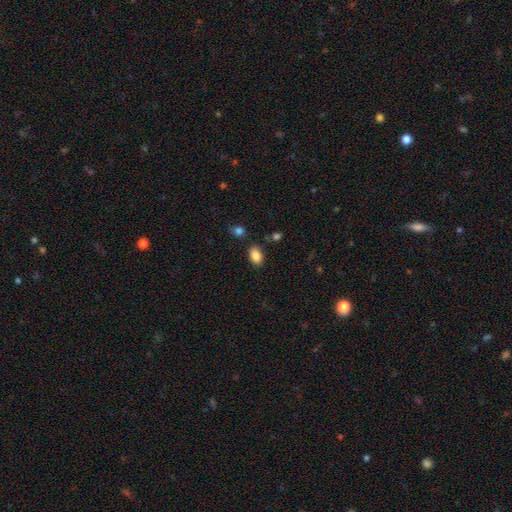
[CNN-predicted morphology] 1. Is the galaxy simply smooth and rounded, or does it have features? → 86% smooth, 8% star or artifact, 5% featured or disk.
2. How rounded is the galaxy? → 89% in between, 10% round, 2% cigar-shaped.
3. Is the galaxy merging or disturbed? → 82% none, 12% minor disturbance, 4% merger, 3% major disturbance.